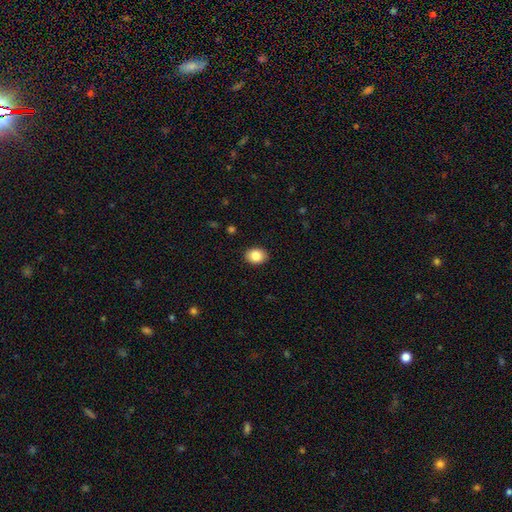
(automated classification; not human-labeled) This appears to be a smooth galaxy with no disk features (86%) that is in between round and cigar-shaped (66%). Merging: none (90%).